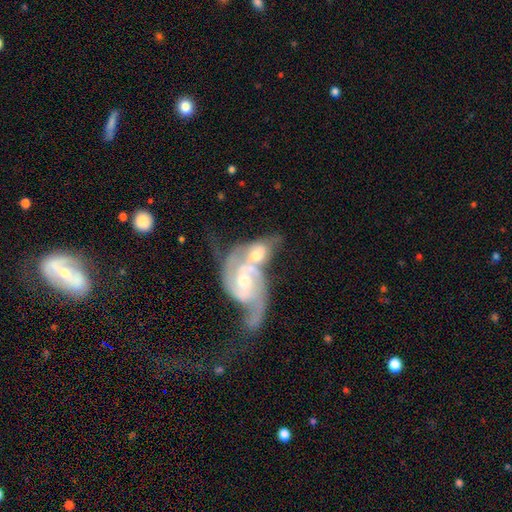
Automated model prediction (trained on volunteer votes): Overall: featured or disk (77%). Edge-on disk: no (96%). Bar: no (58%; weak 33%). Spiral arms: yes (90%). Spiral arm count: 2 (74%). Spiral winding: medium (44%; loose 28%). Bulge size: moderate (55%; small 34%). Merging: merger (76%).